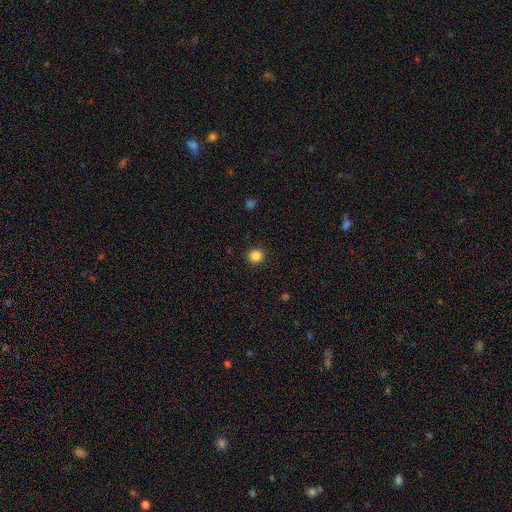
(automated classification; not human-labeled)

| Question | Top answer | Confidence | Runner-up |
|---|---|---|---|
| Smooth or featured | smooth | 86% | star or artifact (11%) |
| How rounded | round | 88% | in between (11%) |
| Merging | none | 92% | minor disturbance (5%) |